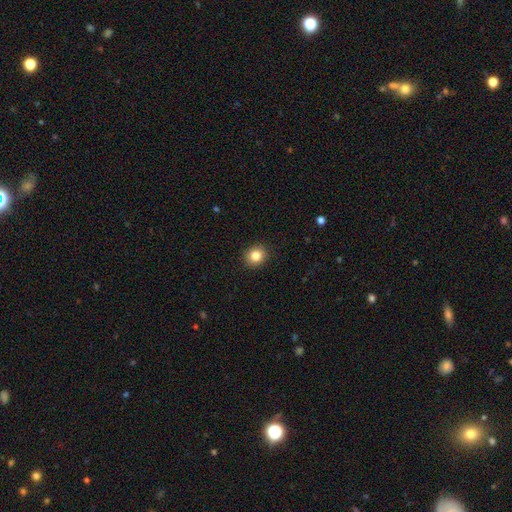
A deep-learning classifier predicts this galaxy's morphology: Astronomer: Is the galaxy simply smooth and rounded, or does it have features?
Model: smooth — 84%.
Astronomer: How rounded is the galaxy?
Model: round — 79%.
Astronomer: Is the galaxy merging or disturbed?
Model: none — 91%.